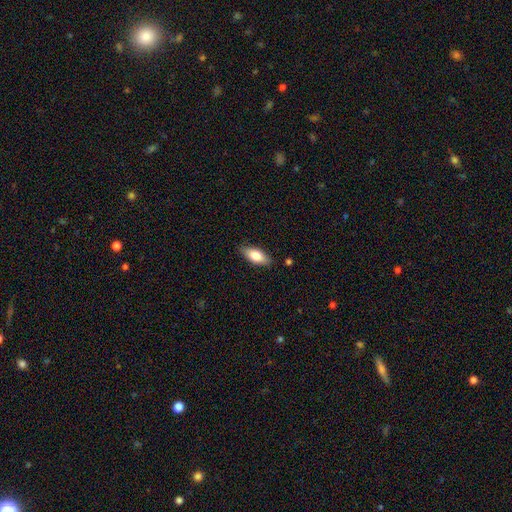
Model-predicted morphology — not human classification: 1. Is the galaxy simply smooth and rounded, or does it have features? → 77% smooth, 17% featured or disk, 6% star or artifact.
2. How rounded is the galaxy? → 83% in between, 14% cigar-shaped, 3% round.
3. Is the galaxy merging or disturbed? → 85% none, 11% minor disturbance, 2% major disturbance, 1% merger.